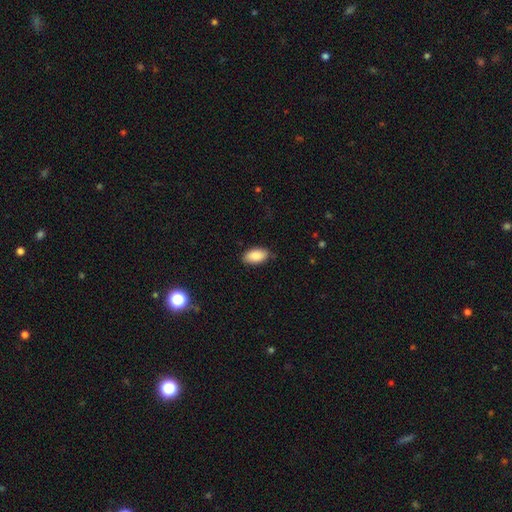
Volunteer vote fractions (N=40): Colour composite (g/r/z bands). It shows a smooth galaxy with no disk features (95%) that is in between round and cigar-shaped (89%). Merging: none (85%).